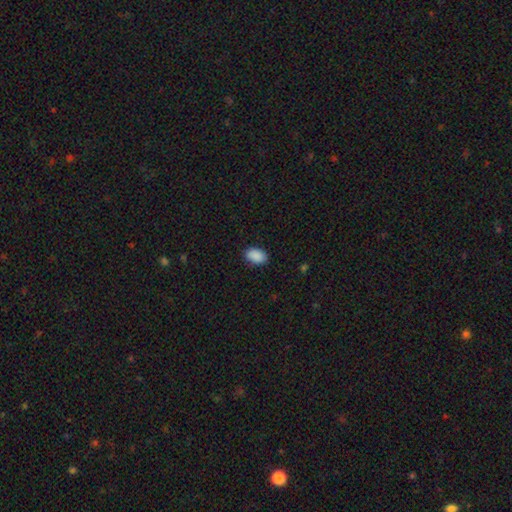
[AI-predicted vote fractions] smooth 90%, star or artifact 7%, featured or disk 3%. Down the decision tree: how rounded — in between (91%); merging — none (87%).